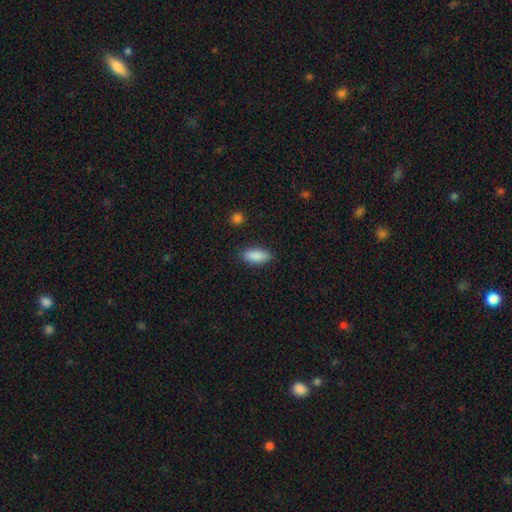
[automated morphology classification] Q: Smooth or featured?
A: smooth (88%); runner-up: star or artifact (7%)
Q: How rounded?
A: in between (81%); runner-up: cigar-shaped (16%)
Q: Merging?
A: none (85%); runner-up: minor disturbance (11%)